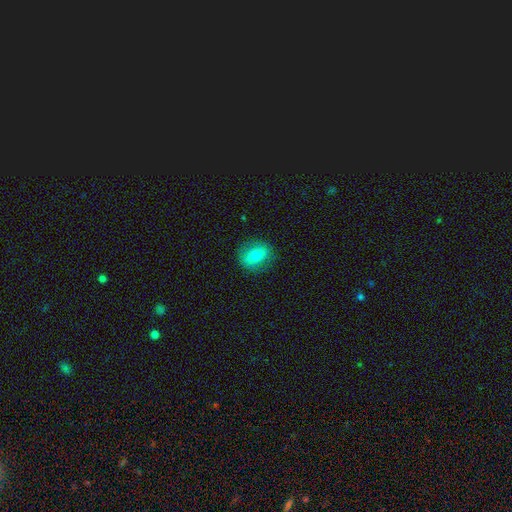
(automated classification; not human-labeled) smooth-or-featured: smooth: 67% | featured or disk: 24% | star or artifact: 9%
  how-rounded: in between: 51% | round: 46% | cigar-shaped: 2%
  merging: none: 84% | minor disturbance: 11% | major disturbance: 4% | merger: 1%